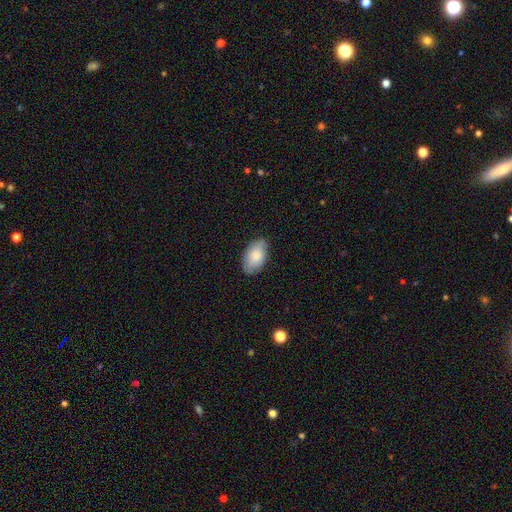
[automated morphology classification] Smooth or featured?
  - smooth: 78% *
  - featured or disk: 16%
  - star or artifact: 6%
How rounded?
  - in between: 94% *
  - round: 4%
  - cigar-shaped: 2%
Merging?
  - none: 80% *
  - minor disturbance: 17%
  - major disturbance: 3%
  - merger: 1%